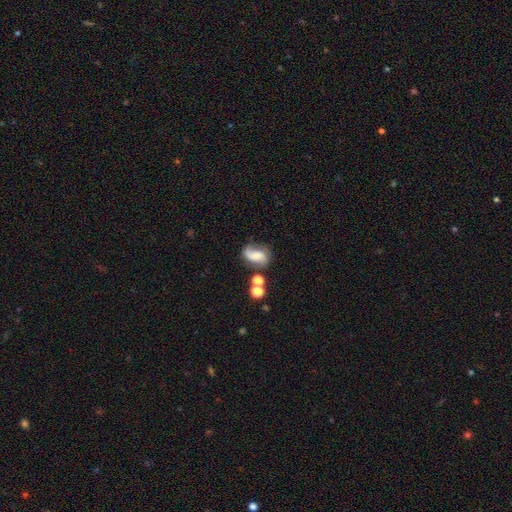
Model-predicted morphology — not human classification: Smooth or featured? featured or disk (55%)
Edge-on disk? no (96%)
Bar? no (51%)
Spiral arms? yes (88%)
Bulge size? small (37%)
Merging? none (57%)